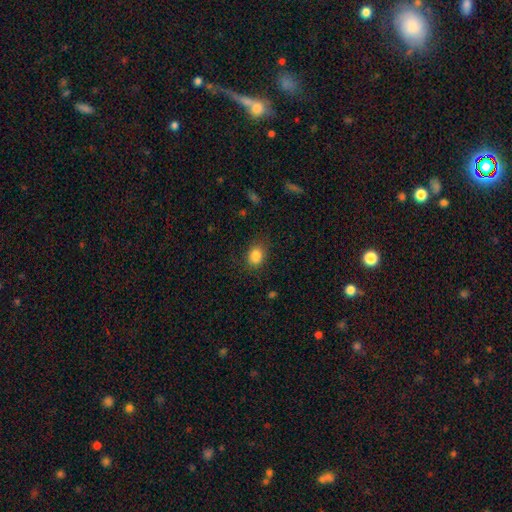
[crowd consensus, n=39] Smooth or featured?
  - smooth: 85% *
  - star or artifact: 10%
  - featured or disk: 5%
How rounded?
  - round: 52% *
  - in between: 48%
  - cigar-shaped: 0%
Merging?
  - none: 83% *
  - minor disturbance: 14%
  - major disturbance: 3%
  - merger: 0%